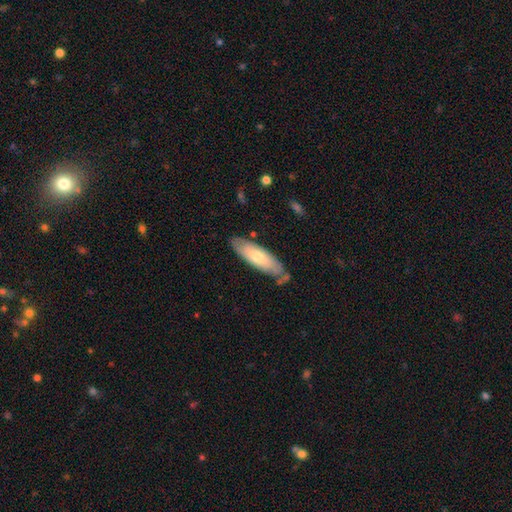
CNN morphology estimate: Smooth or featured?
  - smooth: 58% *
  - featured or disk: 36%
  - star or artifact: 5%
How rounded?
  - in between: 53% *
  - cigar-shaped: 45%
  - round: 2%
Merging?
  - none: 70% *
  - minor disturbance: 21%
  - merger: 5%
  - major disturbance: 5%